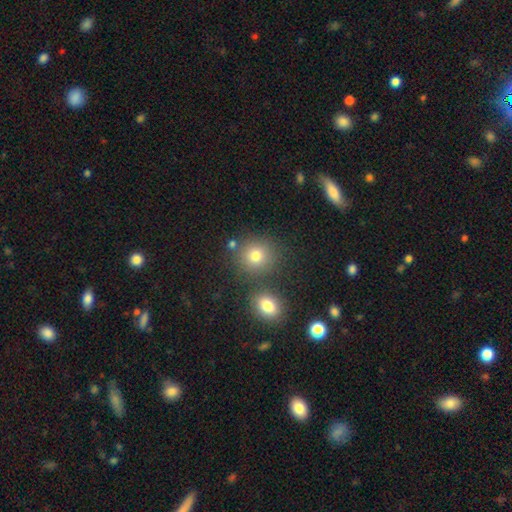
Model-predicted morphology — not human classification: smooth 77%, star or artifact 15%, featured or disk 9%. Down the decision tree: how rounded — round (86%); merging — none (73%).